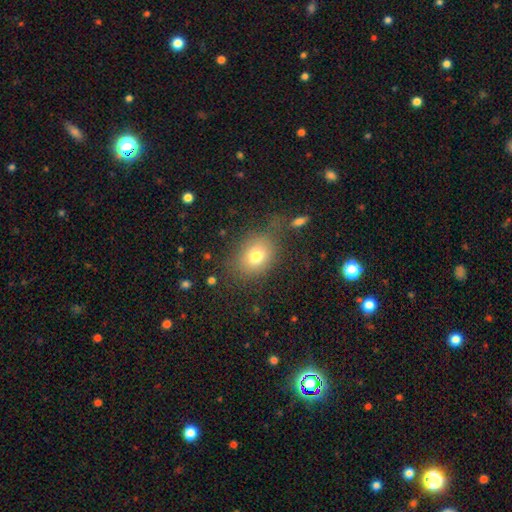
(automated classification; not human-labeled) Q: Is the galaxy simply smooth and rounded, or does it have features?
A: smooth — 74%.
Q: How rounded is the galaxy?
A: in between — 55%.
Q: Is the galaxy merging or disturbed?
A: none — 67%.